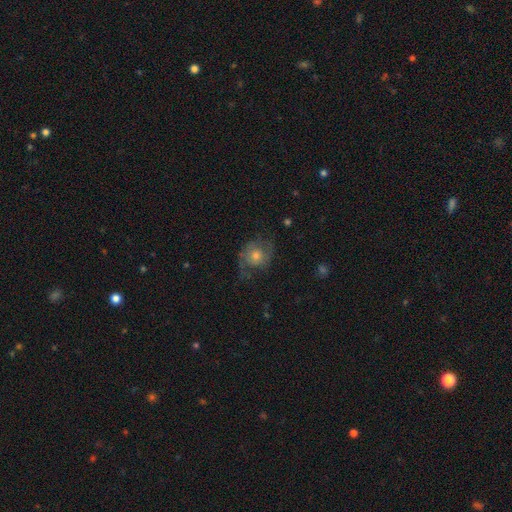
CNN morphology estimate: This appears to be a featured or disk galaxy (63%) with no bar (77%), 2 (81%) medium (46%) spiral arms (87%) and a moderate central bulge (54%). Merging: none (63%).